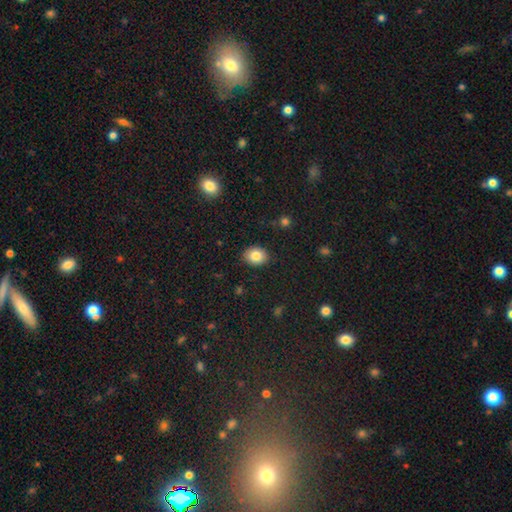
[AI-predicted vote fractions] Overall: smooth (84%). How rounded: in between (52%; round 48%). Merging: none (88%).